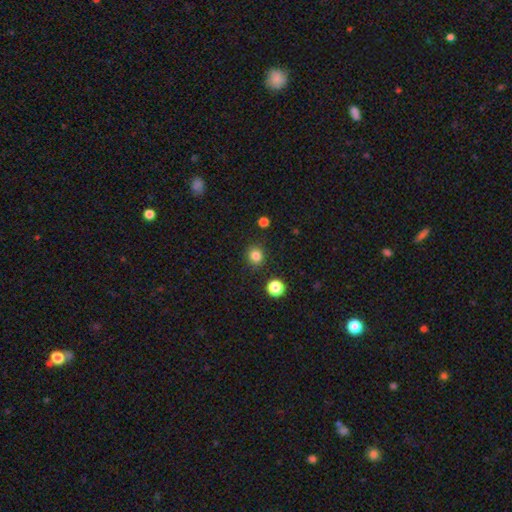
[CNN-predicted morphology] Smooth or featured? Predicted: smooth (p=0.83). How rounded? Predicted: round (p=0.86). Merging? Predicted: none (p=0.89).